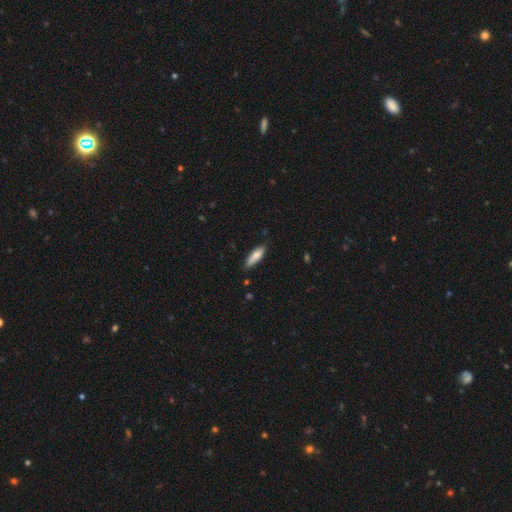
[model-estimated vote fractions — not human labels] Q: Smooth or featured?
A: smooth (79%); runner-up: featured or disk (15%)
Q: How rounded?
A: cigar-shaped (59%); runner-up: in between (39%)
Q: Merging?
A: none (78%); runner-up: minor disturbance (18%)